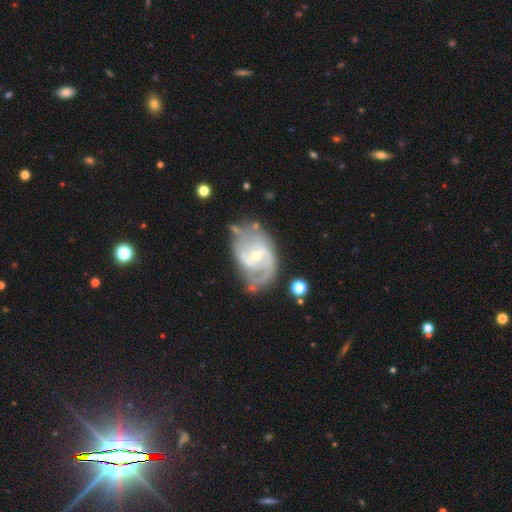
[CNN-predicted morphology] featured or disk 84%, smooth 11%, star or artifact 5%. Down the decision tree: edge-on disk — no (97%); bar — weak (49%); spiral arms — yes (91%); spiral arm count — 2 (70%); spiral winding — medium (47%); bulge size — small (61%); merging — none (57%).